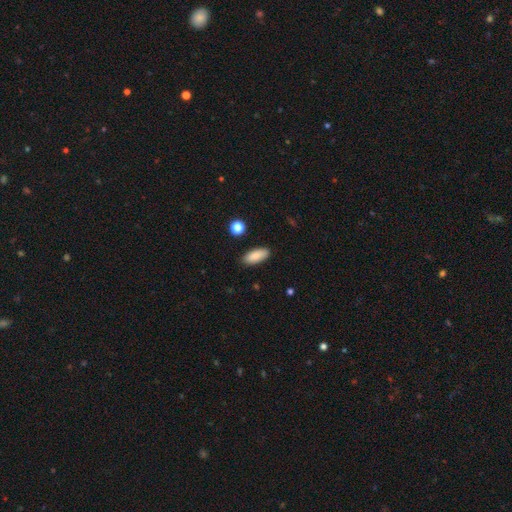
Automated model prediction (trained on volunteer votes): Q: Smooth or featured?
A: smooth (86%); runner-up: star or artifact (7%)
Q: How rounded?
A: in between (82%); runner-up: cigar-shaped (15%)
Q: Merging?
A: none (88%); runner-up: minor disturbance (9%)